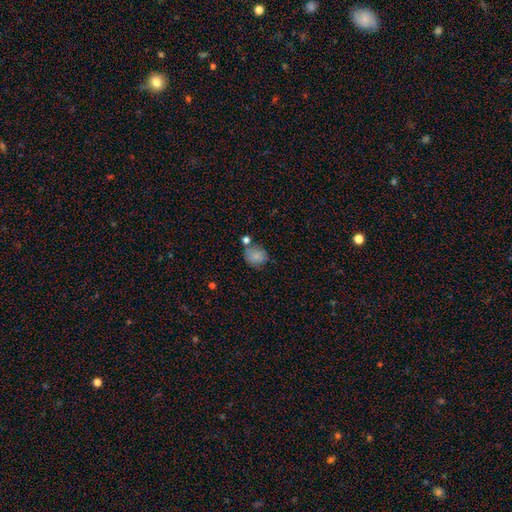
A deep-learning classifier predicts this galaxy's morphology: This appears to be a smooth galaxy with no disk features (83%) that is round (70%). Merging: none (62%).